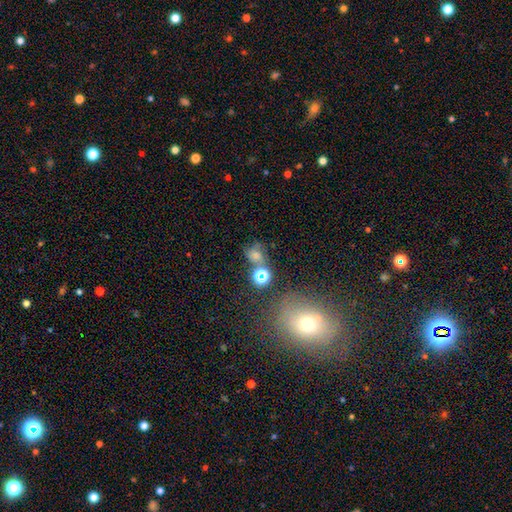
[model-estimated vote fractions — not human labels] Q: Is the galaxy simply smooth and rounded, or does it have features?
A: smooth — 52%.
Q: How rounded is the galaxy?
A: round — 63%.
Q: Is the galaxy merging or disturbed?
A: none — 46%.